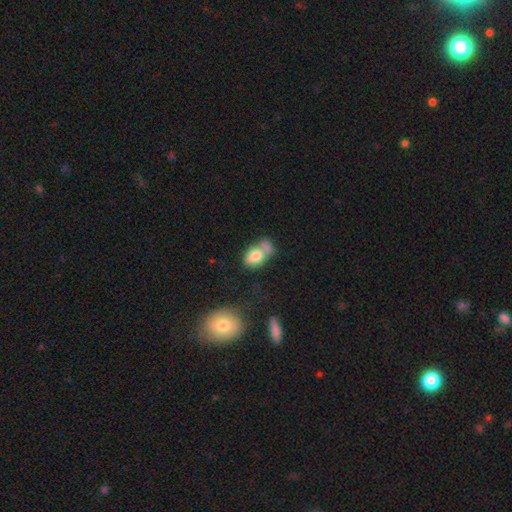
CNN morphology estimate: smooth 77%, featured or disk 15%, star or artifact 8%. Down the decision tree: how rounded — in between (83%); merging — merger (47%).